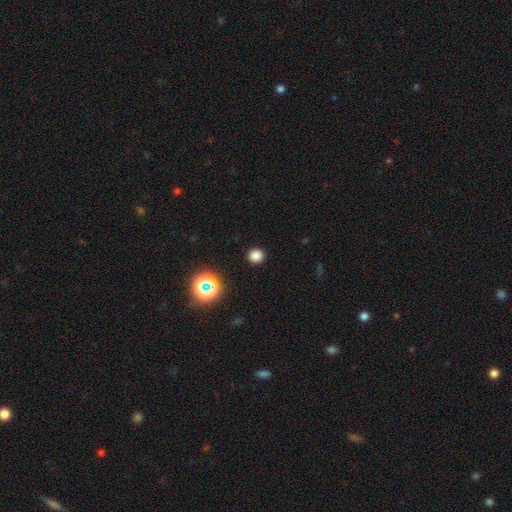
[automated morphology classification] type=smooth (80%); roundness=round (94%); merging=none (92%).